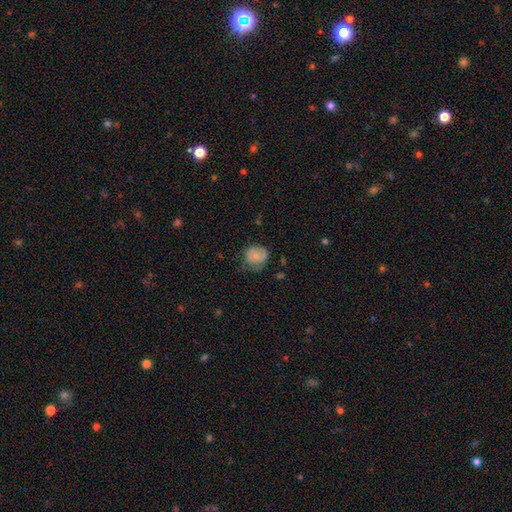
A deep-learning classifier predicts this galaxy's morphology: Smooth or featured? smooth (68%)
How rounded? round (74%)
Merging? none (56%)